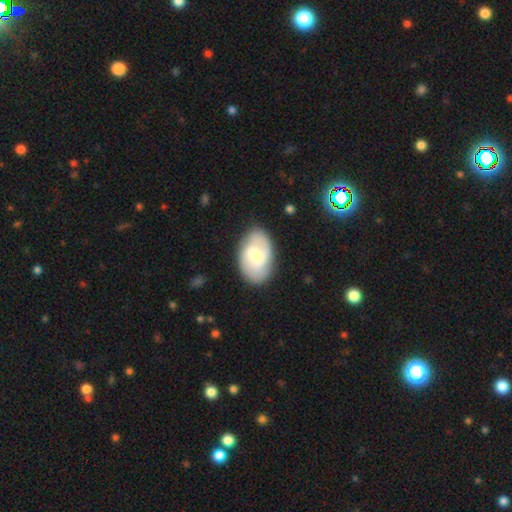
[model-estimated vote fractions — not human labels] Overall: featured or disk (51%; smooth 43%). Edge-on disk: no (96%). Merging: none (80%).